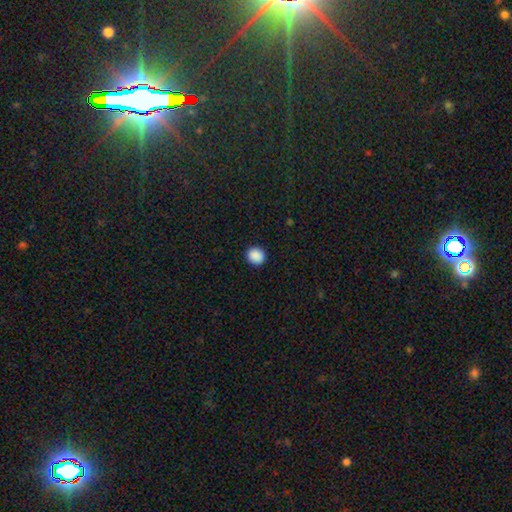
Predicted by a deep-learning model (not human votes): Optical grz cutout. It shows a smooth galaxy with no disk features (89%) that is round (82%). Merging: none (92%).